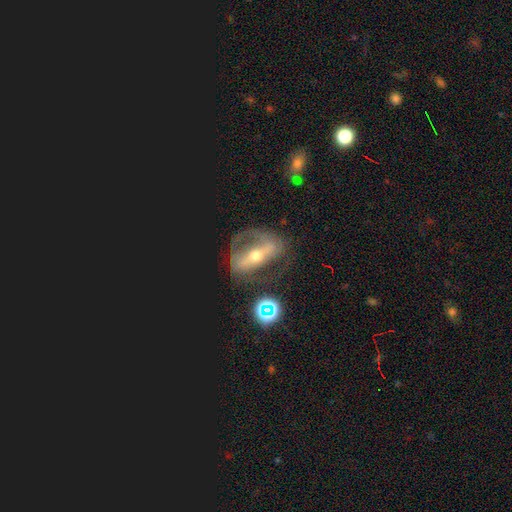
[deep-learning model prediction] smooth_or_featured: featured or disk (p=0.76) [alt: smooth p=0.14]
disk_edge_on: no (p=0.88) [alt: yes p=0.12]
bar: strong (p=0.65) [alt: weak p=0.21]
has_spiral_arms: yes (p=0.65) [alt: no p=0.35]
bulge_size: moderate (p=0.55) [alt: small p=0.39]
merging: none (p=0.50) [alt: major disturbance p=0.24]